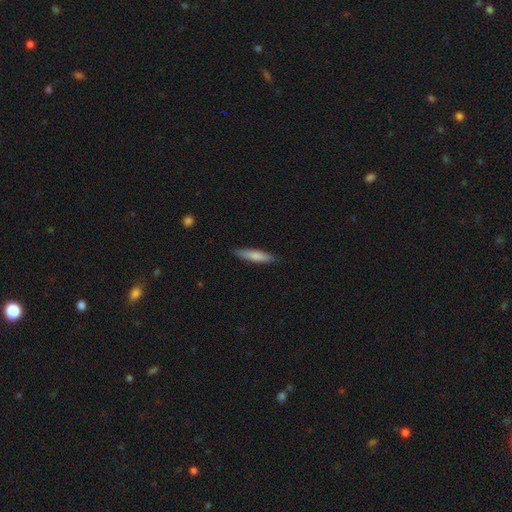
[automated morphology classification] Smooth or featured? Predicted: smooth (p=0.77). How rounded? Predicted: cigar-shaped (p=0.82). Merging? Predicted: none (p=0.87).